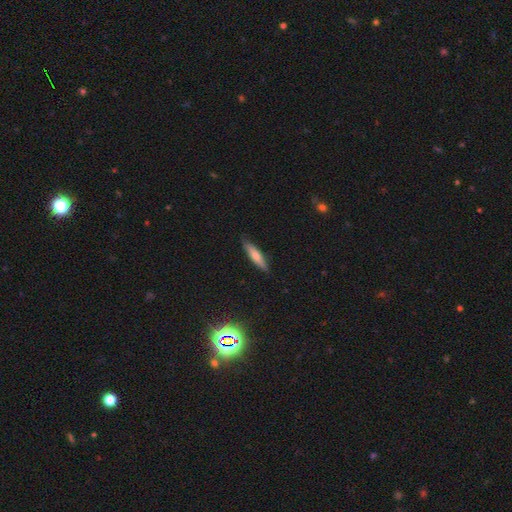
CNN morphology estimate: Smooth or featured? smooth (67%)
How rounded? cigar-shaped (82%)
Merging? none (86%)